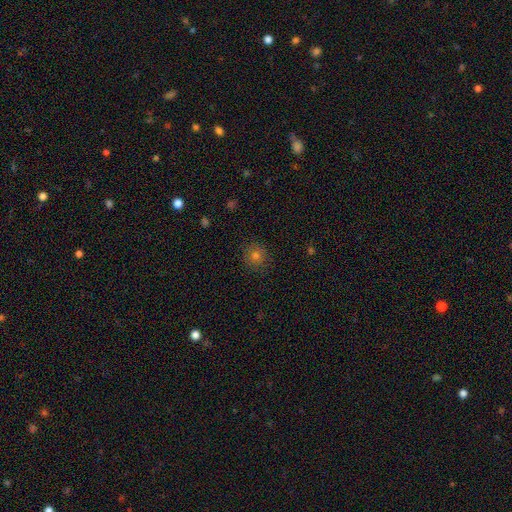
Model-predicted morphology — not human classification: A smooth galaxy with no disk features (74%) that is round (92%).

Vote fractions:
- Smooth or featured? smooth: 74% / star or artifact: 18% / featured or disk: 9%
- How rounded? round: 92% / in between: 7% / cigar-shaped: 1%
- Merging? none: 89% / minor disturbance: 8% / major disturbance: 2% / merger: 1%